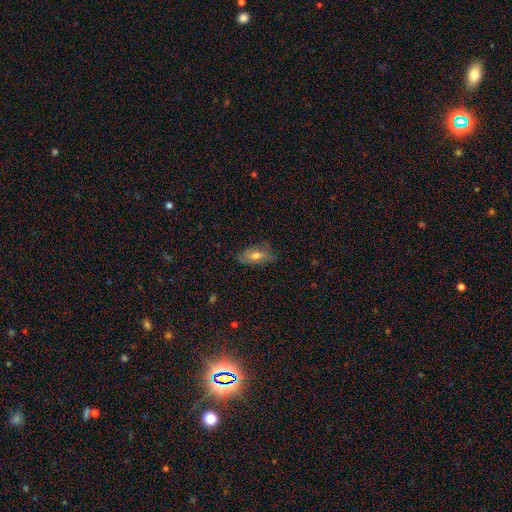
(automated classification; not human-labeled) A smooth galaxy with no disk features (58%) that is in between round and cigar-shaped (81%).

Vote fractions:
- Smooth or featured? smooth: 58% / featured or disk: 34% / star or artifact: 8%
- How rounded? in between: 81% / cigar-shaped: 14% / round: 5%
- Merging? none: 71% / minor disturbance: 22% / major disturbance: 5% / merger: 1%